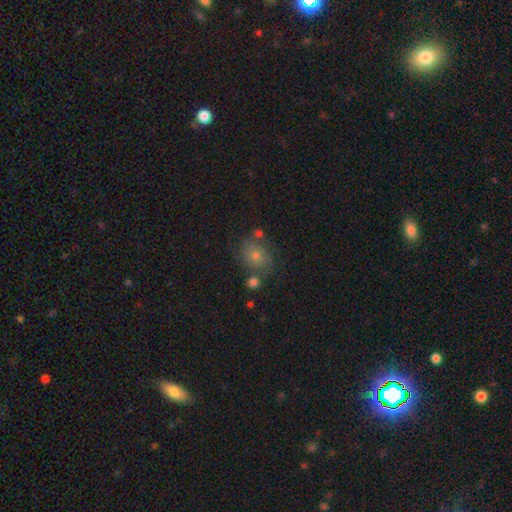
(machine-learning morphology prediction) Smooth or featured: smooth — 60% (featured or disk — 21%)
How rounded: round — 71% (in between — 28%)
Merging: none — 70% (minor disturbance — 14%)